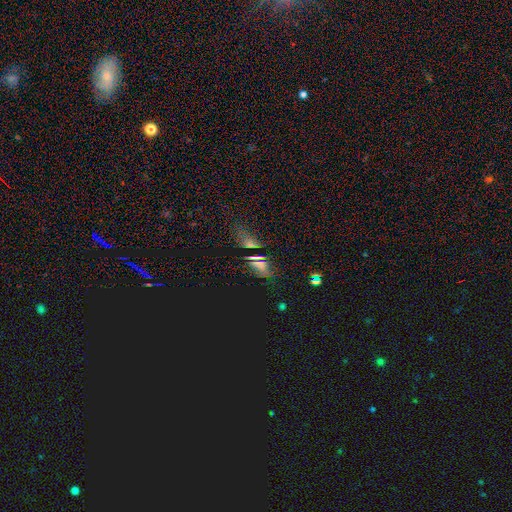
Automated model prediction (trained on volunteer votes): Smooth or featured? star or artifact (55%)